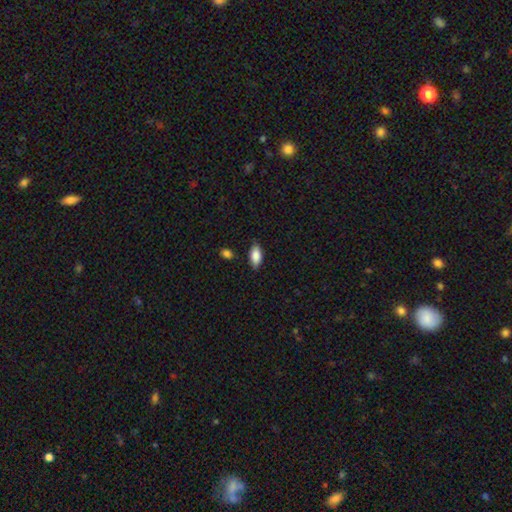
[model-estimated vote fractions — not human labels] smooth_or_featured: smooth (p=0.86) [alt: featured or disk p=0.07]
how_rounded: in between (p=0.91) [alt: cigar-shaped p=0.07]
merging: none (p=0.81) [alt: minor disturbance p=0.15]